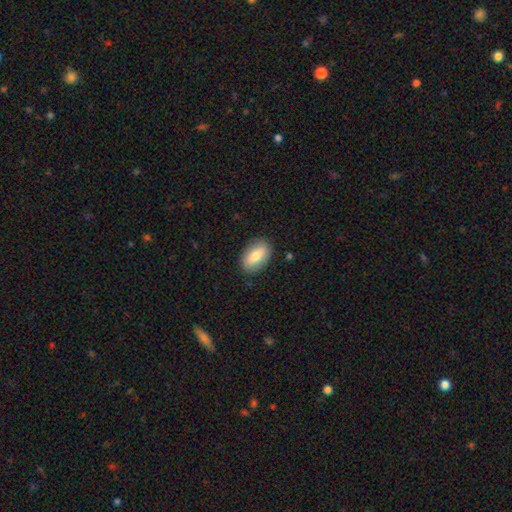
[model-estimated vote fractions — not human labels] smooth-or-featured: smooth: 73% | featured or disk: 20% | star or artifact: 6%
  how-rounded: in between: 90% | round: 8% | cigar-shaped: 2%
  merging: none: 86% | minor disturbance: 11% | major disturbance: 3% | merger: 1%